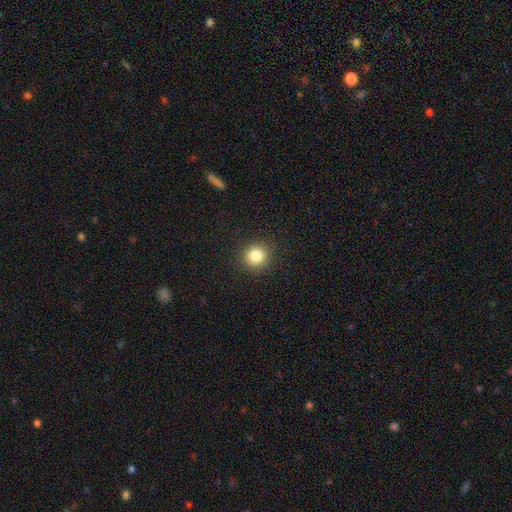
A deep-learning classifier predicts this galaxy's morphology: Q: Smooth or featured?
A: smooth (83%); runner-up: star or artifact (12%)
Q: How rounded?
A: round (92%); runner-up: in between (8%)
Q: Merging?
A: none (91%); runner-up: minor disturbance (6%)